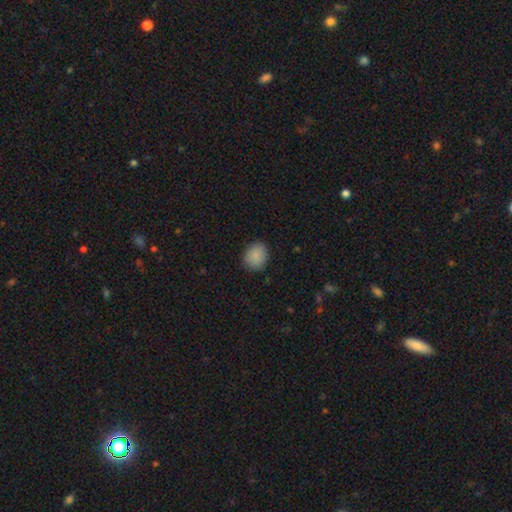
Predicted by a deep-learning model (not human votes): Smooth or featured? Predicted: smooth (p=0.89). How rounded? Predicted: round (p=0.61). Merging? Predicted: none (p=0.86).